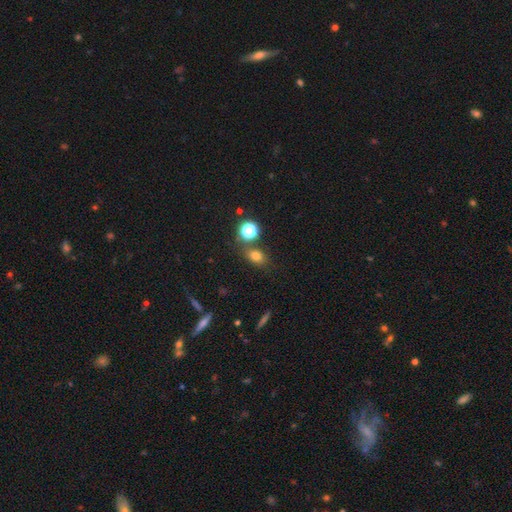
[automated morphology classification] type=smooth (73%); roundness=in between (62%); merging=none (73%).